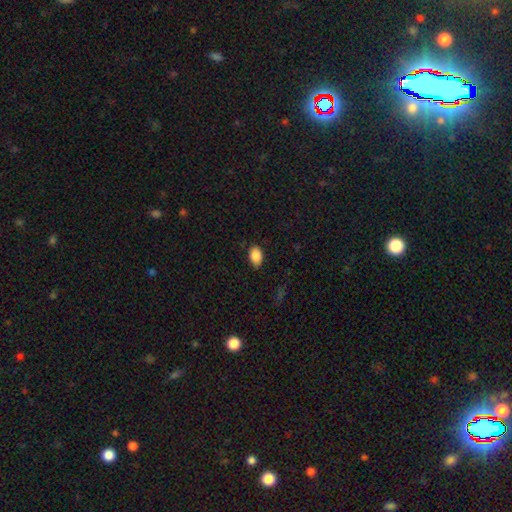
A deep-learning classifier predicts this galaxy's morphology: Q: Smooth or featured?
A: smooth (88%); runner-up: star or artifact (8%)
Q: How rounded?
A: in between (87%); runner-up: round (12%)
Q: Merging?
A: none (82%); runner-up: minor disturbance (14%)